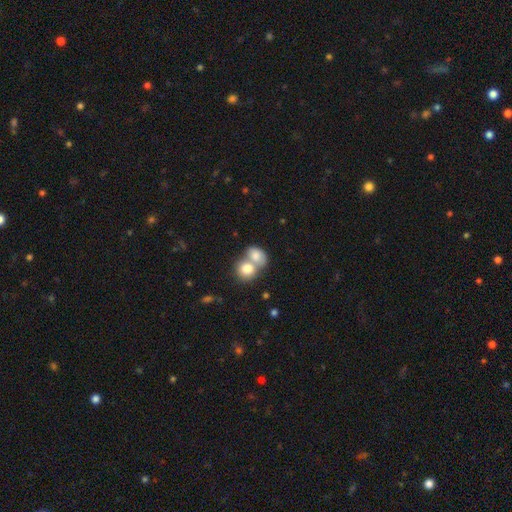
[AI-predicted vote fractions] This appears to be a smooth galaxy with no disk features (79%) that is in between round and cigar-shaped (50%). Merging: merger (70%).